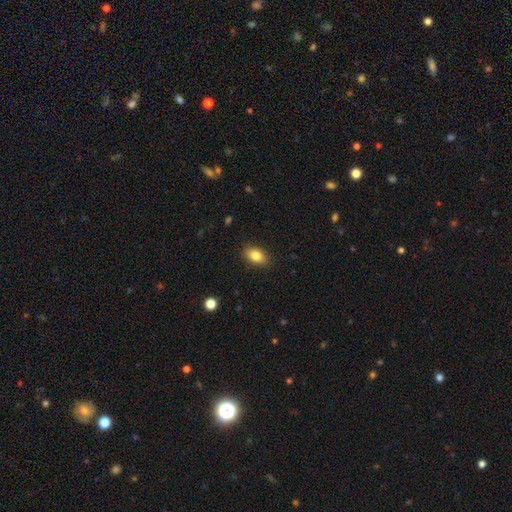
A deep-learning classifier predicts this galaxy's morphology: smooth-or-featured: smooth: 83% | featured or disk: 9% | star or artifact: 9%
  how-rounded: in between: 86% | round: 12% | cigar-shaped: 2%
  merging: none: 88% | minor disturbance: 9% | major disturbance: 2% | merger: 1%